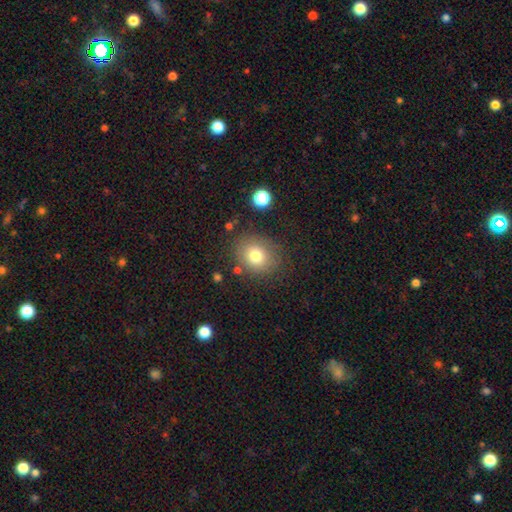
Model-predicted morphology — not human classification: Smooth or featured: smooth — 76% (star or artifact — 13%)
How rounded: round — 69% (in between — 30%)
Merging: none — 79% (minor disturbance — 12%)